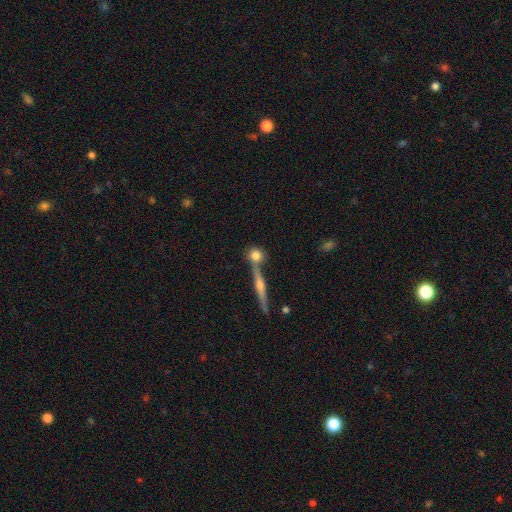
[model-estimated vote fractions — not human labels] smooth_or_featured: smooth (p=0.71) [alt: featured or disk p=0.20]
how_rounded: round (p=0.81) [alt: in between p=0.12]
merging: none (p=0.62) [alt: merger p=0.25]